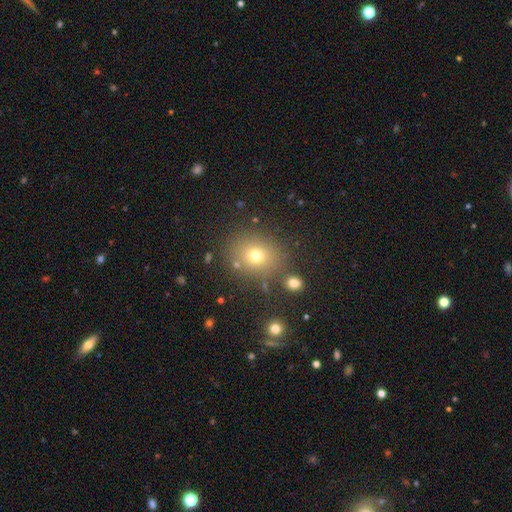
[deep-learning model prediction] A smooth galaxy with no disk features (70%) that is round (68%). Merging: none (80%).